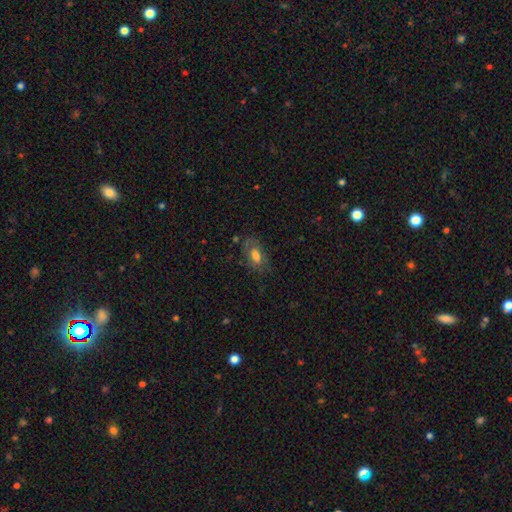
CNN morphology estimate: A smooth galaxy with no disk features (54%) that is in between round and cigar-shaped (88%). Merging: none (62%).